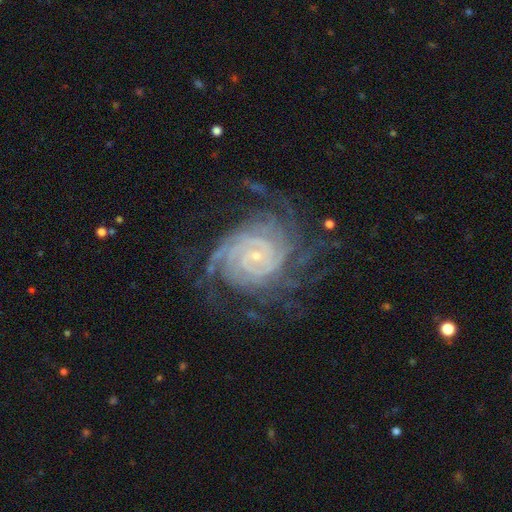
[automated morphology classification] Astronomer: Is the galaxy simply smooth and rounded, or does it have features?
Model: featured or disk — 90%.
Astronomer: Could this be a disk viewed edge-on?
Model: no — 97%.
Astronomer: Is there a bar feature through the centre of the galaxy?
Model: no — 63%.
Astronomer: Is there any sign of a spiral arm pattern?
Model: yes — 98%.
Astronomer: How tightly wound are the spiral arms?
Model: tight — 80%.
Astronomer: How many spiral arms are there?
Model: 4 — 23% (runner-up: more than 4, 22%).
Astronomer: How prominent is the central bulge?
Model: small — 86%.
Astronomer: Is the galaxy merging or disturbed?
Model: none — 68%.